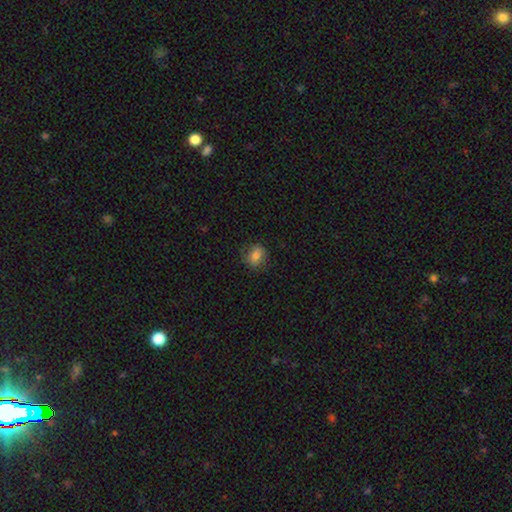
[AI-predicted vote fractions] Overall: smooth (74%). How rounded: round (50%; in between 49%). Merging: none (75%).